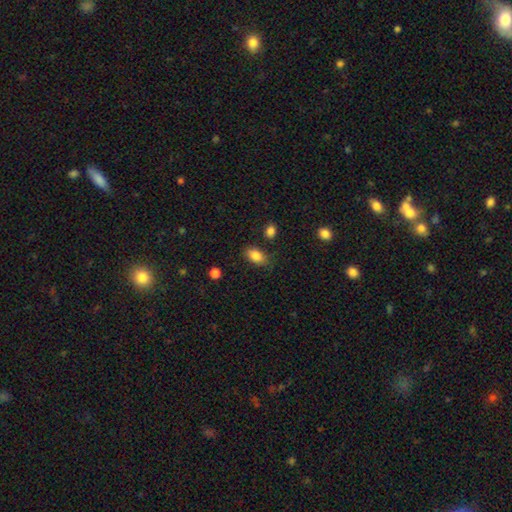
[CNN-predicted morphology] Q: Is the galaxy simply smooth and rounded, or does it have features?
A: smooth — 85%.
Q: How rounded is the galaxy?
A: in between — 88%.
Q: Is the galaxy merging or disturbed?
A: none — 76%.